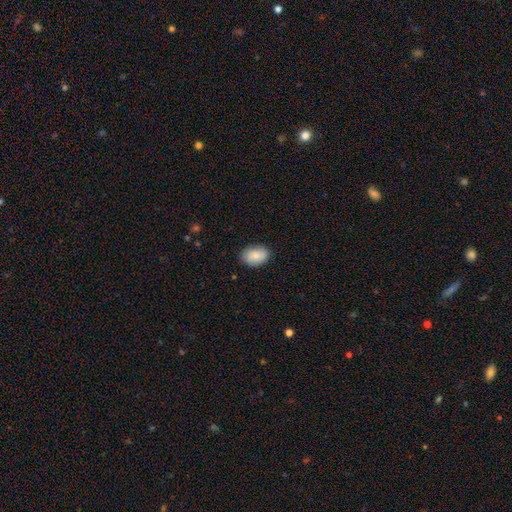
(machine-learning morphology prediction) Q: Smooth or featured?
A: smooth (86%); runner-up: featured or disk (8%)
Q: How rounded?
A: in between (86%); runner-up: round (13%)
Q: Merging?
A: none (85%); runner-up: minor disturbance (12%)